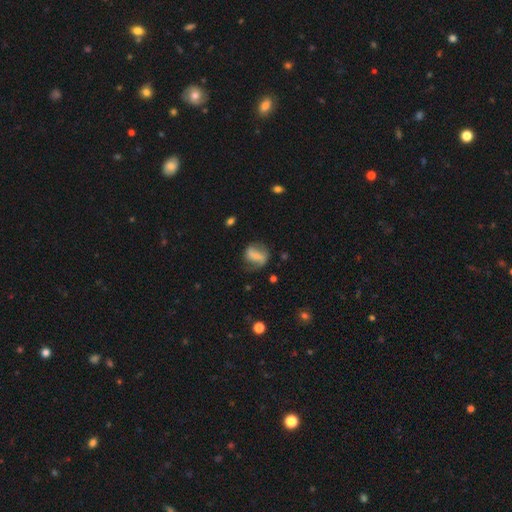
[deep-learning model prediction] featured or disk 51%, smooth 41%, star or artifact 8%. Down the decision tree: edge-on disk — no (94%); merging — none (57%).